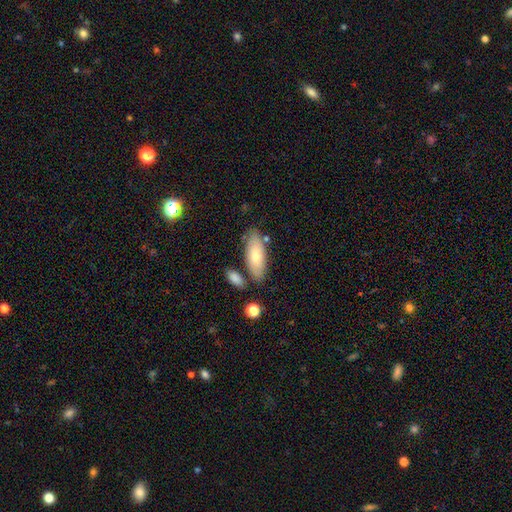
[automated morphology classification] This appears to be a smooth galaxy with no disk features (75%) that is in between round and cigar-shaped (78%). Merging: none (75%).